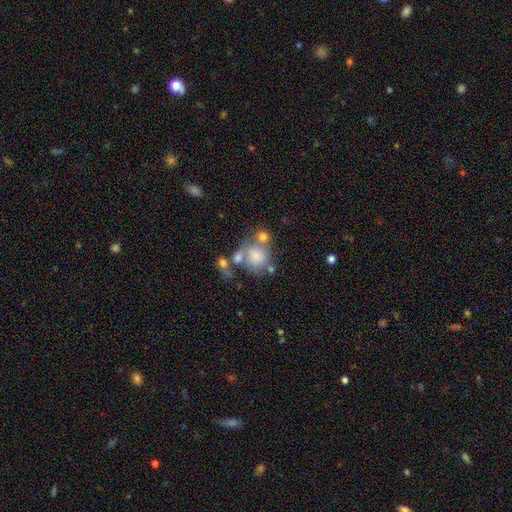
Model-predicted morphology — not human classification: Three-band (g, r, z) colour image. It shows a smooth galaxy with no disk features (68%) that is round (71%). Merging: merger (37%).